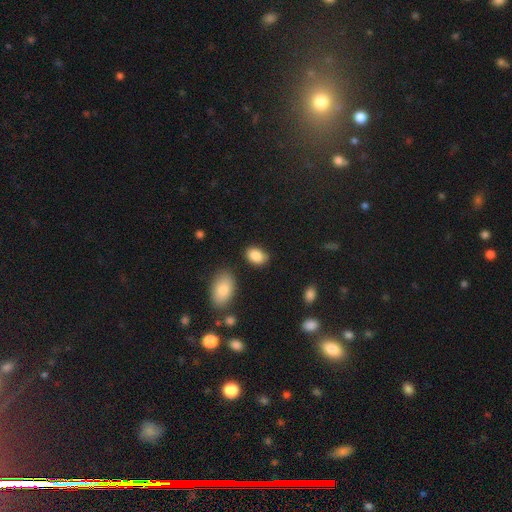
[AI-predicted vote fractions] Q: Smooth or featured?
A: smooth (88%); runner-up: star or artifact (8%)
Q: How rounded?
A: in between (86%); runner-up: round (13%)
Q: Merging?
A: none (77%); runner-up: minor disturbance (16%)